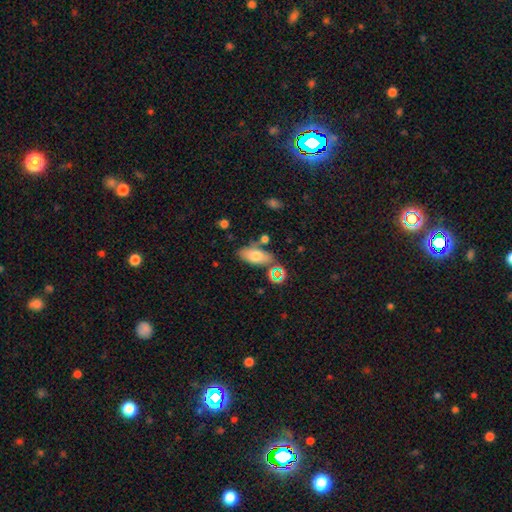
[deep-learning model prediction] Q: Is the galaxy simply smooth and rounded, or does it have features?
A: smooth — 70%.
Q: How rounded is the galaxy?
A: in between — 85%.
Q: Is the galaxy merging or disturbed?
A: none — 65%.